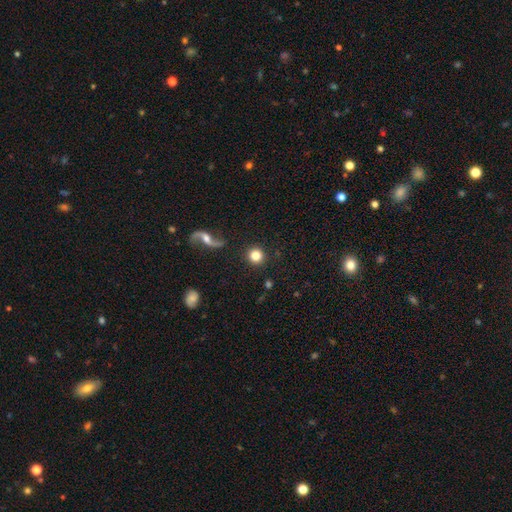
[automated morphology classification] A smooth galaxy with no disk features (80%) that is round (96%). Merging: none (91%).